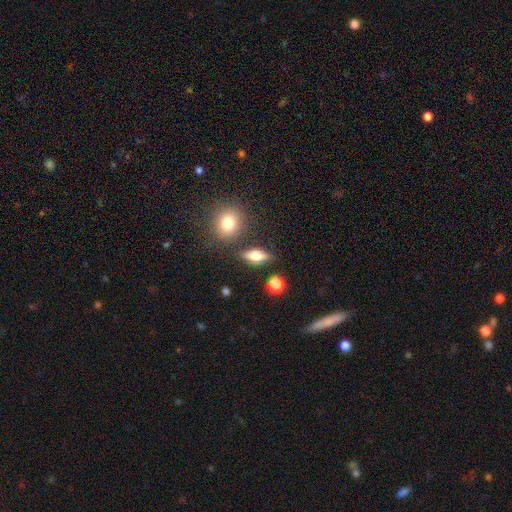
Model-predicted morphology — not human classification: This is possibly a smooth galaxy (56%). How rounded: likely in between (67%). Merging: clearly none (82%).